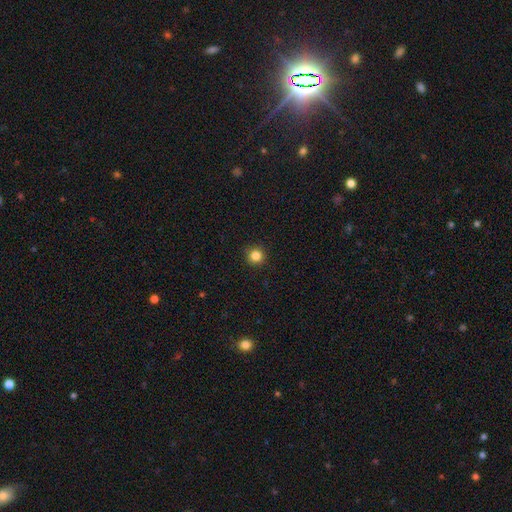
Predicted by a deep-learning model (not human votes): A smooth galaxy with no disk features (84%) that is round (95%).

Vote fractions:
- Smooth or featured? smooth: 84% / star or artifact: 12% / featured or disk: 4%
- How rounded? round: 95% / in between: 4% / cigar-shaped: 1%
- Merging? none: 93% / minor disturbance: 5% / major disturbance: 2% / merger: 1%